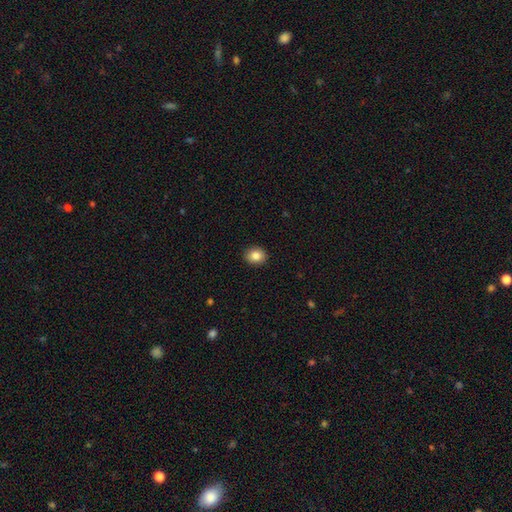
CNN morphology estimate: A smooth galaxy with no disk features (84%) that is round (64%). Merging: none (91%).